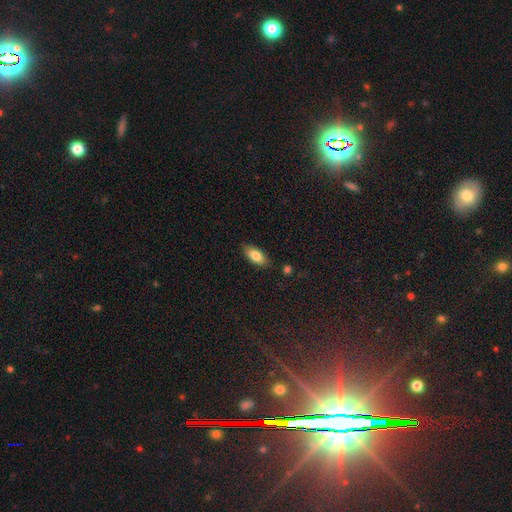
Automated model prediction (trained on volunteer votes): Overall: smooth (82%). How rounded: in between (88%). Merging: none (86%).